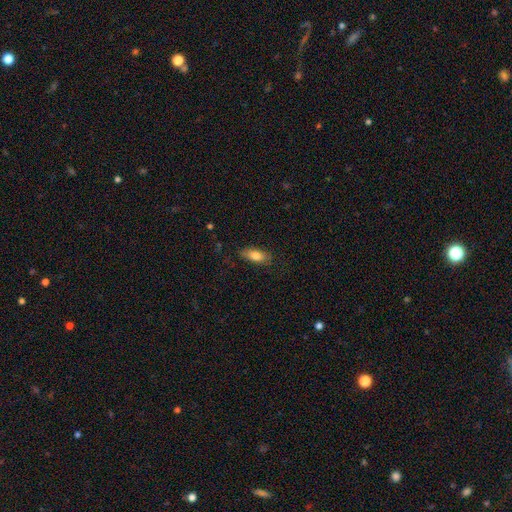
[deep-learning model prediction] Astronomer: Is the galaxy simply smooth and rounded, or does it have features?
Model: smooth — 80%.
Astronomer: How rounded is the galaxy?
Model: in between — 81%.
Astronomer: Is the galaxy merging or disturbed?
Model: none — 80%.